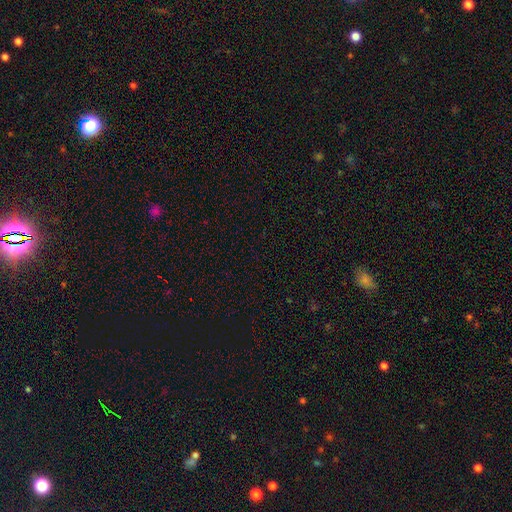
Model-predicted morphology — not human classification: This is likely a star or artifact rather than a galaxy (71%).